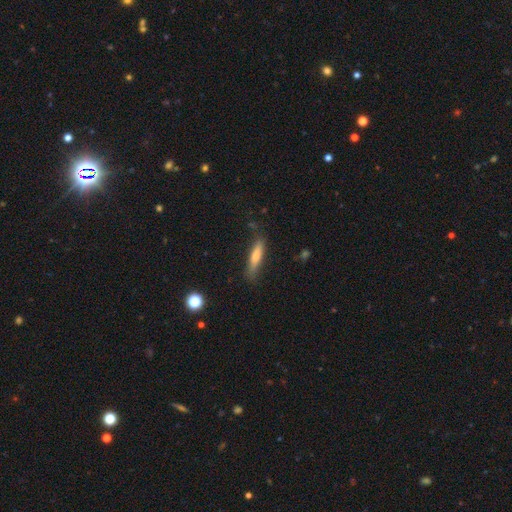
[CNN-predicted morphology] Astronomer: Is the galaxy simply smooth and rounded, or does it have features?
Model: smooth — 63%.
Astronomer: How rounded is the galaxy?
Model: cigar-shaped — 84%.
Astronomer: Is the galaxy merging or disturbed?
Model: none — 79%.